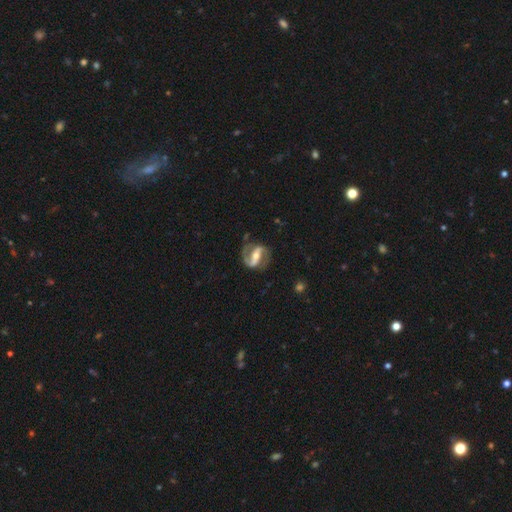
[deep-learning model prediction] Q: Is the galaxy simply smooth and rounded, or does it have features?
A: featured or disk — 88%.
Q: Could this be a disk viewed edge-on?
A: no — 96%.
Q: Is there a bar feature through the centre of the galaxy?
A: strong — 63%.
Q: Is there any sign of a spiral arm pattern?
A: yes — 95%.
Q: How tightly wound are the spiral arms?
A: medium — 51%.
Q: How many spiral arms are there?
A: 2 — 89%.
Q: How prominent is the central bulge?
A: moderate — 58%.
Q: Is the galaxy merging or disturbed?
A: none — 75%.